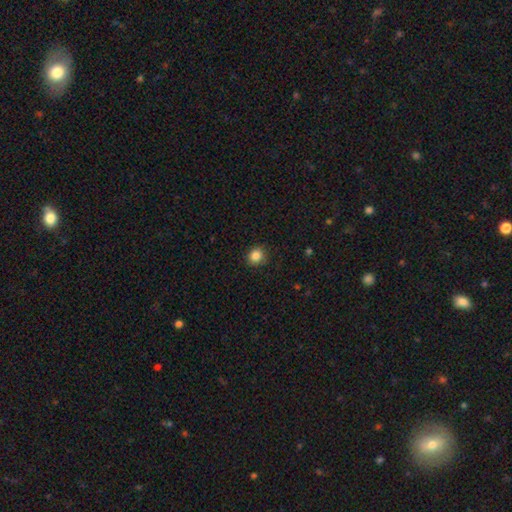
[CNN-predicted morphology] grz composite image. It shows a smooth galaxy with no disk features (86%) that is round (85%). Merging: none (89%).